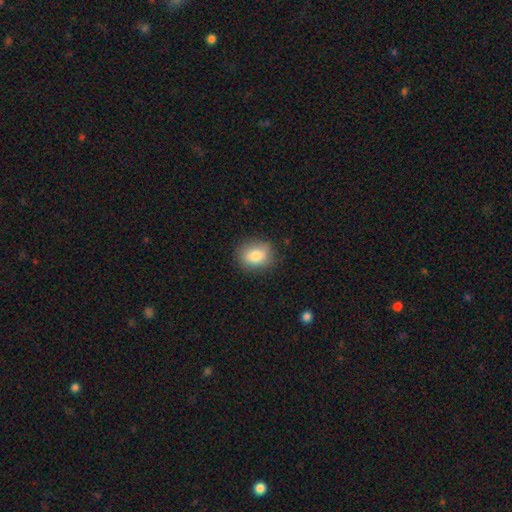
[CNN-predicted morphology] Q: Smooth or featured?
A: smooth (82%); runner-up: featured or disk (10%)
Q: How rounded?
A: round (53%); runner-up: in between (46%)
Q: Merging?
A: none (84%); runner-up: minor disturbance (12%)